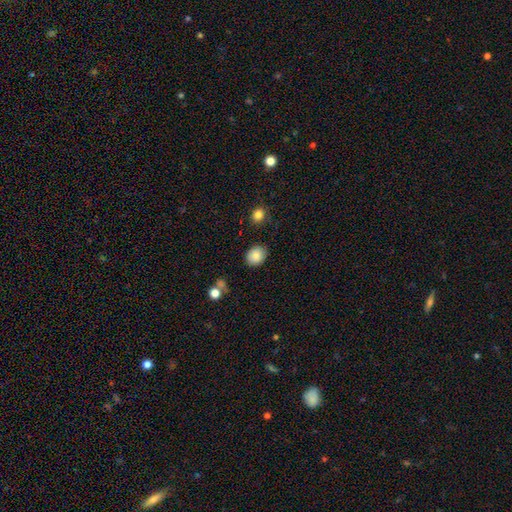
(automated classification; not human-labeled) Q: Smooth or featured?
A: smooth (86%); runner-up: star or artifact (8%)
Q: How rounded?
A: round (57%); runner-up: in between (42%)
Q: Merging?
A: none (83%); runner-up: minor disturbance (12%)